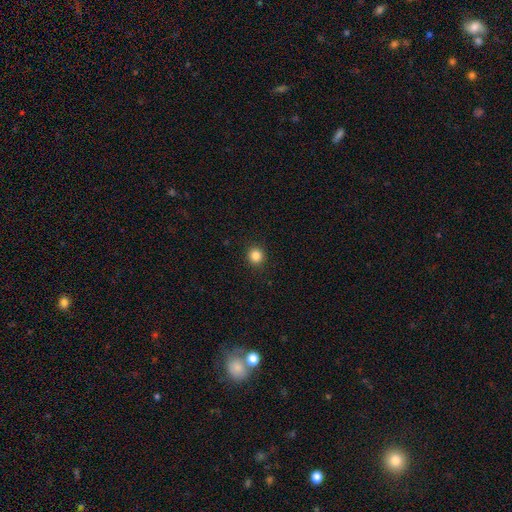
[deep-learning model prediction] Smooth or featured?
  - smooth: 85% *
  - star or artifact: 12%
  - featured or disk: 4%
How rounded?
  - round: 93% *
  - in between: 6%
  - cigar-shaped: 1%
Merging?
  - none: 92% *
  - minor disturbance: 5%
  - major disturbance: 2%
  - merger: 1%